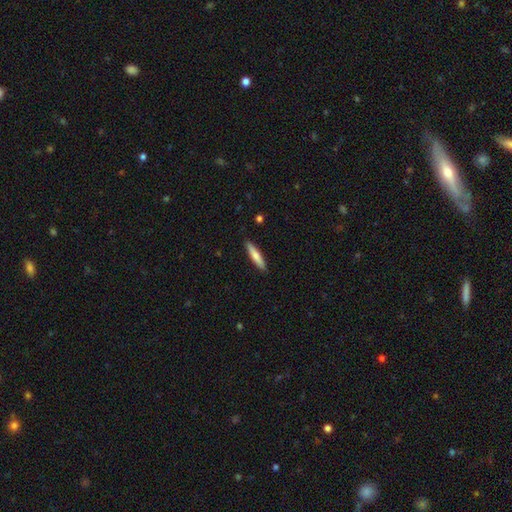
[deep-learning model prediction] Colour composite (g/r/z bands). It shows a smooth galaxy with no disk features (72%) that is cigar-shaped (86%). Merging: none (90%).